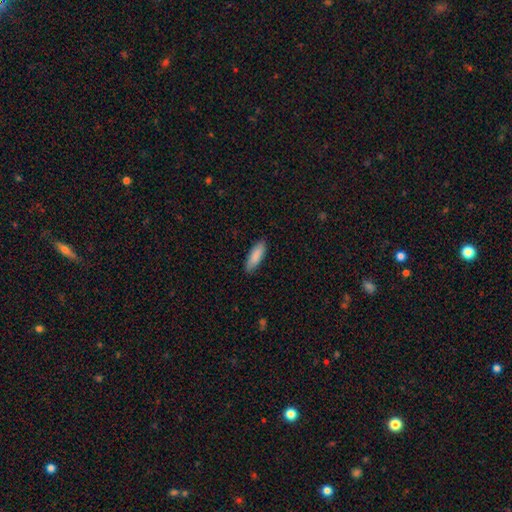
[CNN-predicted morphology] Smooth or featured? Predicted: smooth (p=0.88). How rounded? Predicted: in between (p=0.57). Merging? Predicted: none (p=0.86).